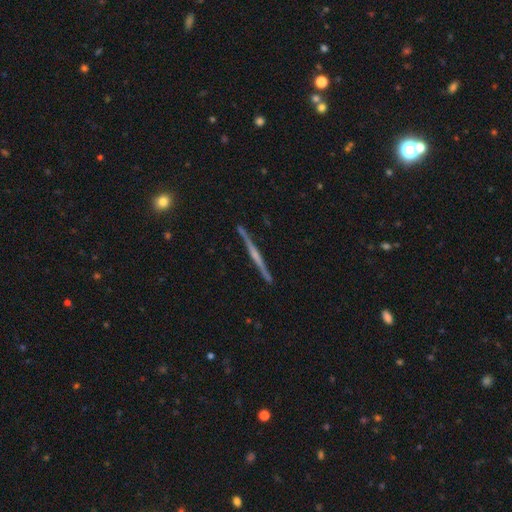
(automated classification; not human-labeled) Smooth or featured: featured or disk — 76% (smooth — 18%)
Edge-on disk: yes — 98% (no — 2%)
Edge-on bulge: rounded — 46% (none — 39%)
Merging: none — 91% (minor disturbance — 6%)